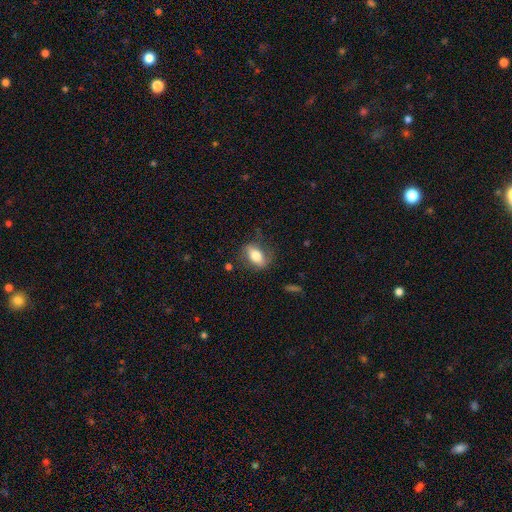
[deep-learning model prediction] This is likely a smooth galaxy (65%). How rounded: clearly in between (82%). Merging: likely none (65%).